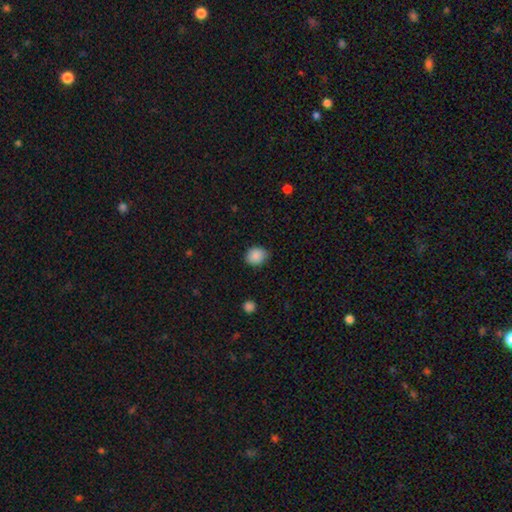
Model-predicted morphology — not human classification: The model was most divided on "how rounded": round: 68%, in between: 31%, cigar-shaped: 1%. More confident: smooth or featured — smooth (87%); merging — none (77%).